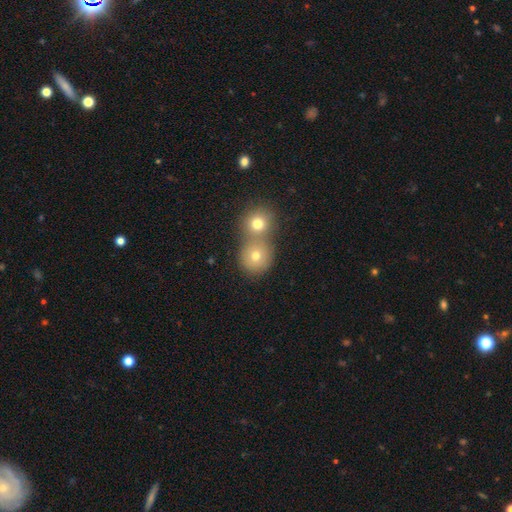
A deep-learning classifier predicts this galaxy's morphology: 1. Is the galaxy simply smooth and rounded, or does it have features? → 72% smooth, 15% star or artifact, 13% featured or disk.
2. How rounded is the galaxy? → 88% round, 11% in between, 1% cigar-shaped.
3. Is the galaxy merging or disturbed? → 46% merger, 45% none, 6% minor disturbance, 2% major disturbance.